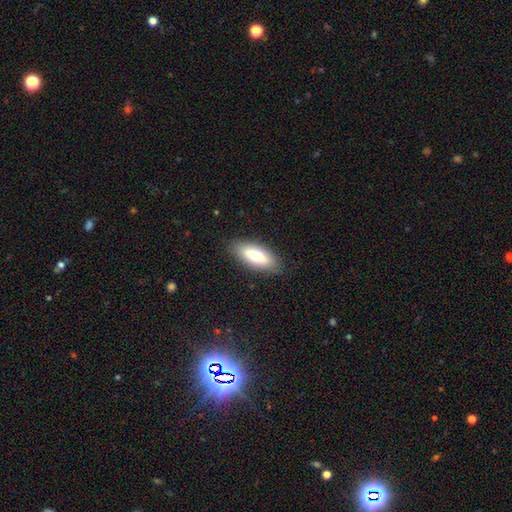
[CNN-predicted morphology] Overall: smooth (75%). How rounded: in between (76%). Merging: none (86%).